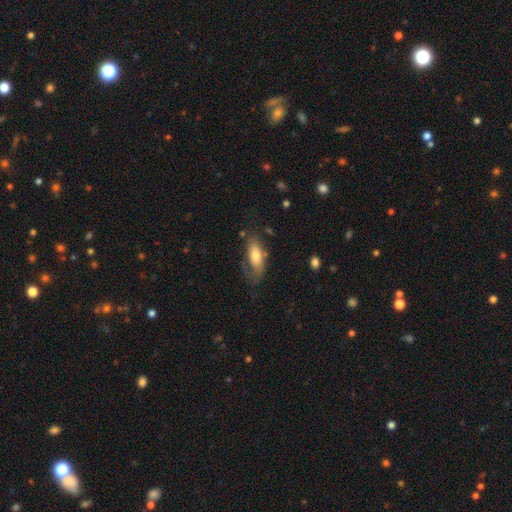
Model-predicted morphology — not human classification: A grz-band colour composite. It shows a smooth galaxy with no disk features (65%) that is in between round and cigar-shaped (80%). Merging: none (45%).